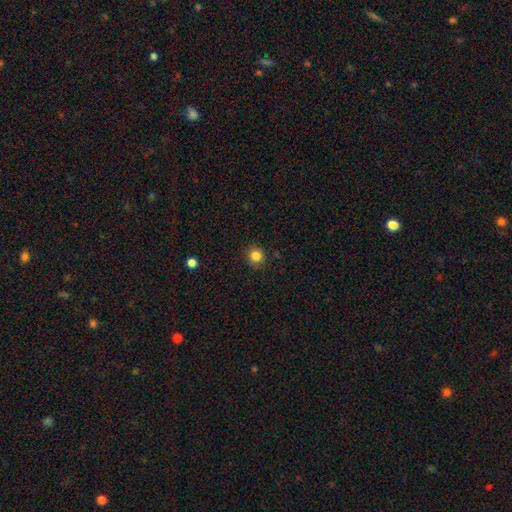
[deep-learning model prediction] This appears to be a smooth galaxy with no disk features (83%) that is round (92%). Merging: none (91%).